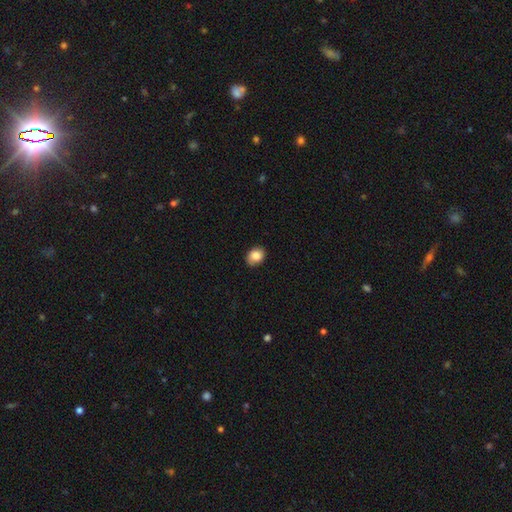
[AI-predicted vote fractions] smooth_or_featured: smooth (p=0.84) [alt: star or artifact p=0.08]
how_rounded: in between (p=0.60) [alt: round p=0.39]
merging: none (p=0.82) [alt: minor disturbance p=0.14]